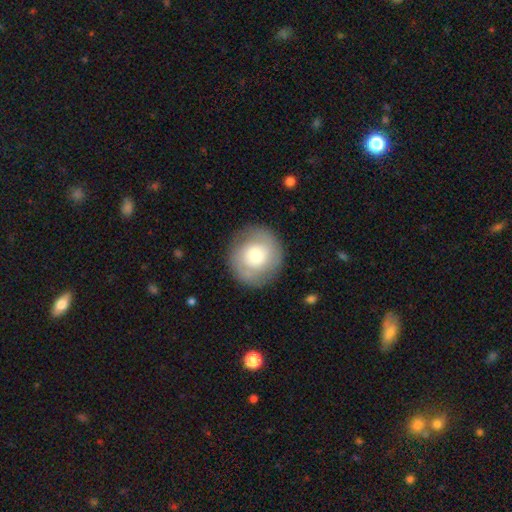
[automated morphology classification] Q: Smooth or featured?
A: smooth (61%); runner-up: featured or disk (32%)
Q: How rounded?
A: round (90%); runner-up: in between (9%)
Q: Merging?
A: none (84%); runner-up: minor disturbance (10%)